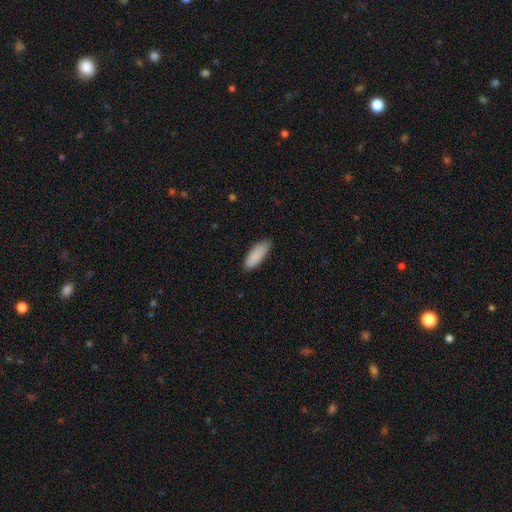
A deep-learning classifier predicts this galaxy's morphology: Smooth or featured: smooth — 89% (star or artifact — 6%)
How rounded: in between — 70% (cigar-shaped — 28%)
Merging: none — 77% (minor disturbance — 19%)